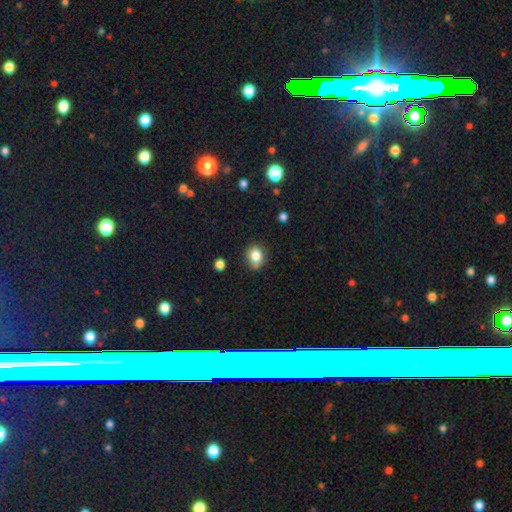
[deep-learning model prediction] smooth-or-featured: smooth: 81% | star or artifact: 11% | featured or disk: 8%
  how-rounded: round: 65% | in between: 34% | cigar-shaped: 1%
  merging: none: 65% | minor disturbance: 24% | merger: 6% | major disturbance: 5%